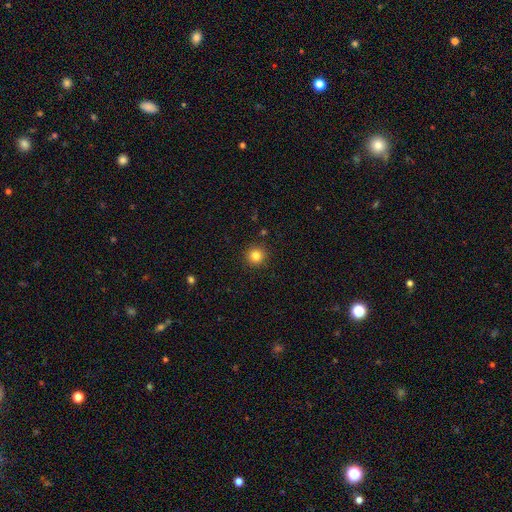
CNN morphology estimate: This is clearly a smooth galaxy (83%). How rounded: clearly round (95%). Merging: clearly none (92%).